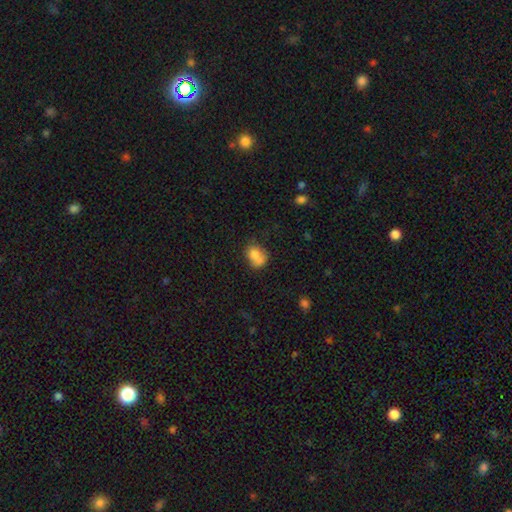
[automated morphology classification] Overall: smooth (74%). How rounded: in between (52%; round 47%). Merging: merger (47%; none 31%).